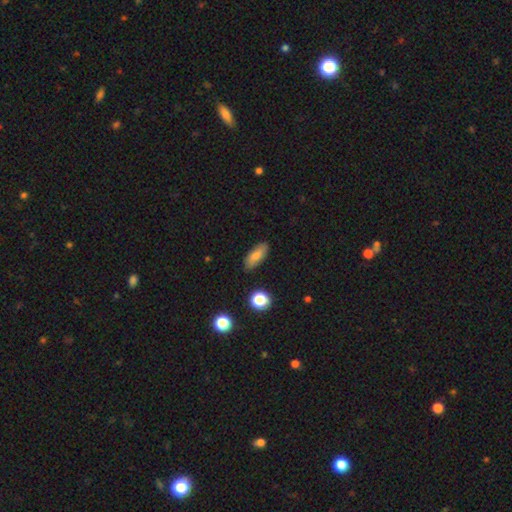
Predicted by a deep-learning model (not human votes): Smooth or featured?
  - smooth: 77% *
  - featured or disk: 14%
  - star or artifact: 9%
How rounded?
  - in between: 76% *
  - cigar-shaped: 20%
  - round: 4%
Merging?
  - none: 85% *
  - minor disturbance: 11%
  - major disturbance: 2%
  - merger: 2%